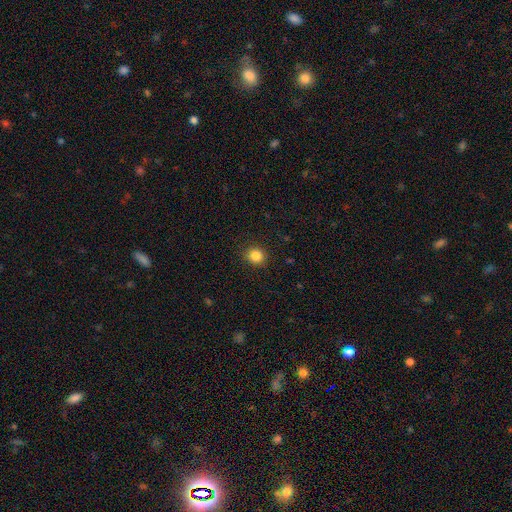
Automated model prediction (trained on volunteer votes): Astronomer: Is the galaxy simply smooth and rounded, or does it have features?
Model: smooth — 85%.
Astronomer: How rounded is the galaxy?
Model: round — 86%.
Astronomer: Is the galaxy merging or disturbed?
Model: none — 90%.